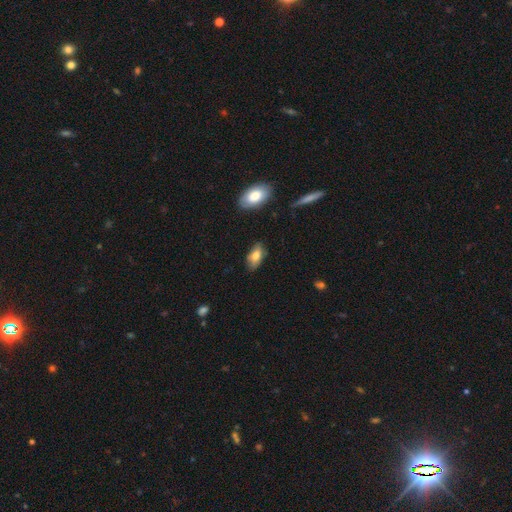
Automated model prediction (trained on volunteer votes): The model was most divided on "smooth or featured": smooth: 74%, featured or disk: 19%, star or artifact: 7%. More confident: how rounded — in between (89%); merging — none (78%).